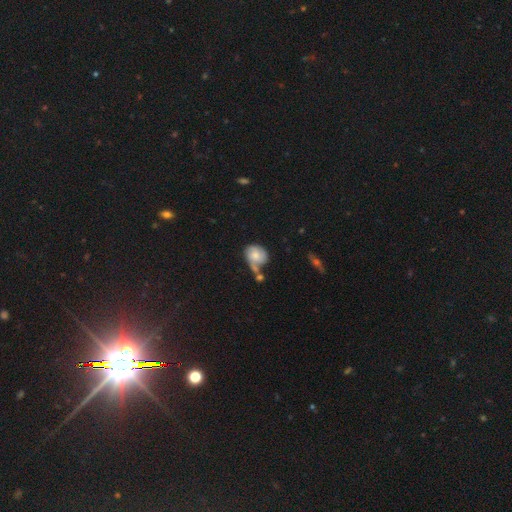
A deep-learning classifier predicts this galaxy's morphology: smooth 50%, featured or disk 42%, star or artifact 8%. Down the decision tree: how rounded — round (59%); merging — none (34%).